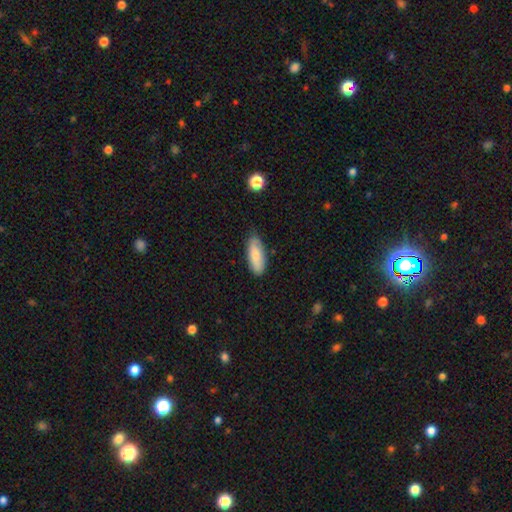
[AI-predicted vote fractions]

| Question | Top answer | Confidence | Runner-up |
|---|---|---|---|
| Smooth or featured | smooth | 79% | featured or disk (15%) |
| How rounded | in between | 76% | cigar-shaped (22%) |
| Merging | none | 76% | minor disturbance (20%) |